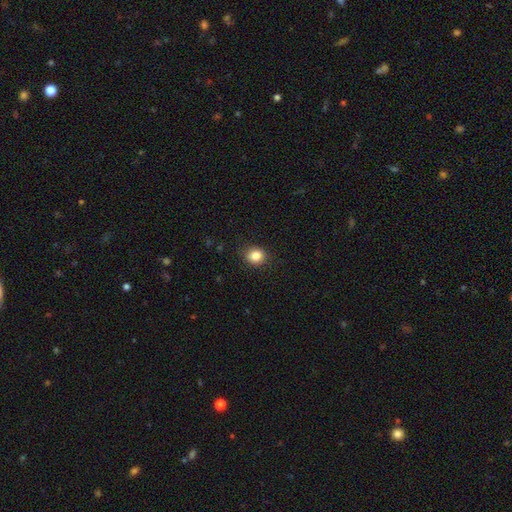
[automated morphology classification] This appears to be a smooth galaxy with no disk features (85%) that is round (75%). Merging: none (86%).